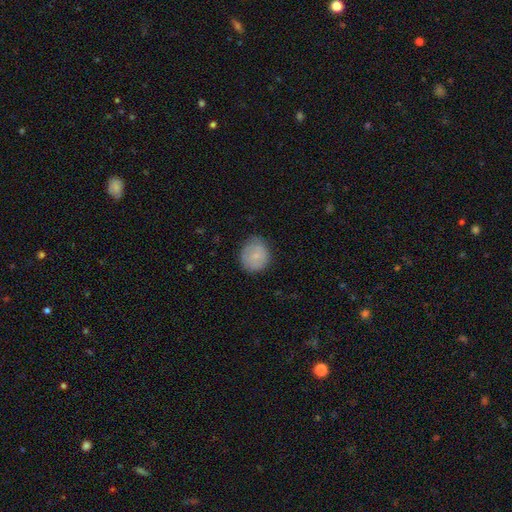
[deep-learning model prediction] smooth-or-featured: smooth: 78% | featured or disk: 14% | star or artifact: 7%
  how-rounded: round: 77% | in between: 22% | cigar-shaped: 1%
  merging: none: 72% | minor disturbance: 22% | major disturbance: 5% | merger: 1%